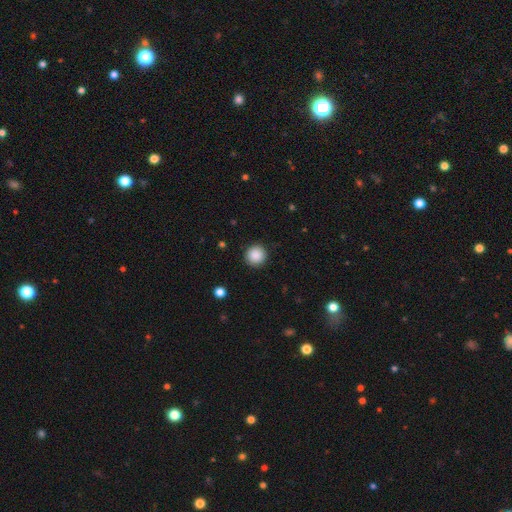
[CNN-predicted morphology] type=smooth (88%); roundness=round (95%); merging=none (91%).